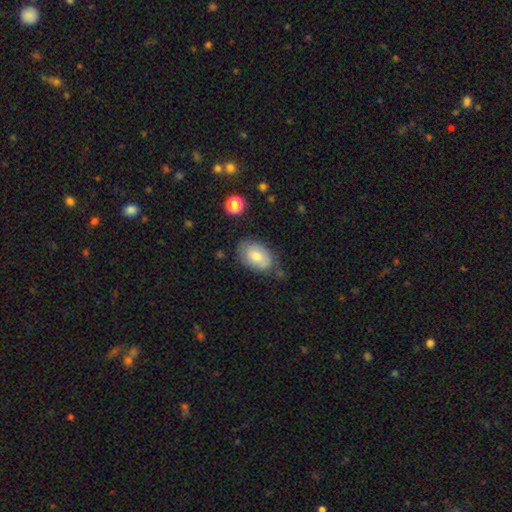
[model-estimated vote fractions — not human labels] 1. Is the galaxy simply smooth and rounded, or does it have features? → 71% smooth, 22% featured or disk, 7% star or artifact.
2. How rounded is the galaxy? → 90% in between, 9% round, 1% cigar-shaped.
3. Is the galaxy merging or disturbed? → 66% none, 24% minor disturbance, 6% major disturbance, 4% merger.